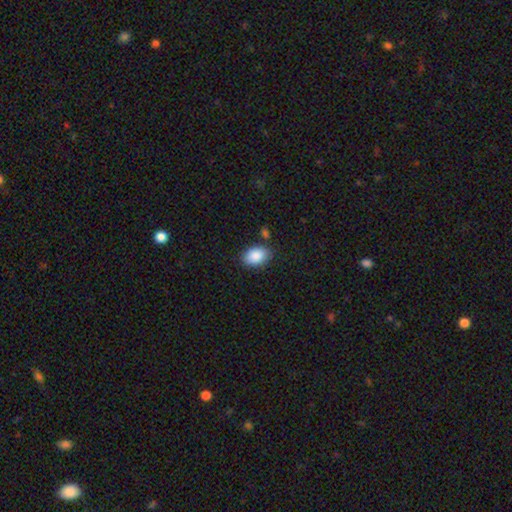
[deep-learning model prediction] A smooth galaxy with no disk features (88%) that is in between round and cigar-shaped (86%). Merging: none (79%).